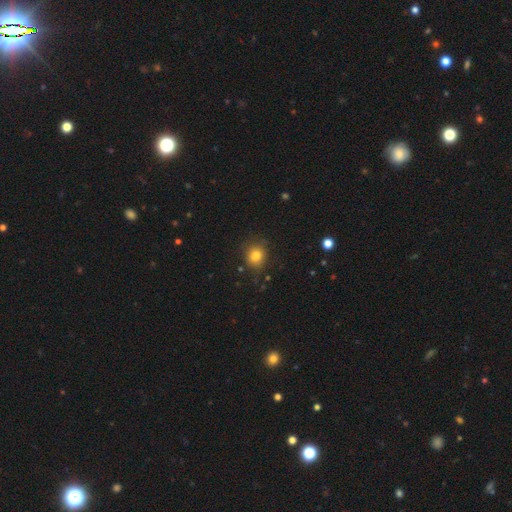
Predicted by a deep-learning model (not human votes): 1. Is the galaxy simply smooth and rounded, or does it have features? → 81% smooth, 12% star or artifact, 7% featured or disk.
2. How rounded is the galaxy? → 77% round, 22% in between, 1% cigar-shaped.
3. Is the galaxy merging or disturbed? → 83% none, 13% minor disturbance, 3% major disturbance, 2% merger.